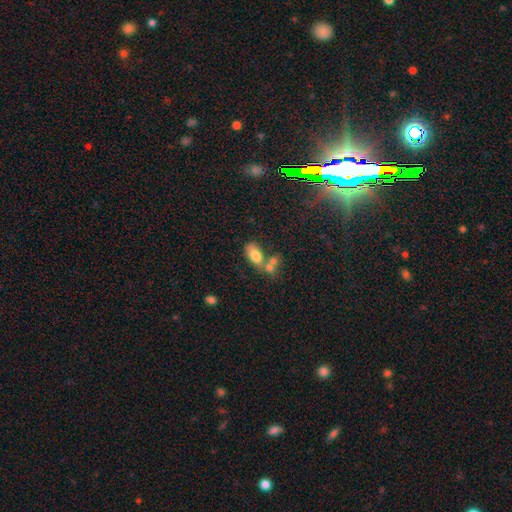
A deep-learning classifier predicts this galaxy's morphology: A smooth galaxy with no disk features (75%) that is in between round and cigar-shaped (88%).

Vote fractions:
- Smooth or featured? smooth: 75% / featured or disk: 17% / star or artifact: 9%
- How rounded? in between: 88% / round: 8% / cigar-shaped: 5%
- Merging? merger: 50% / none: 31% / minor disturbance: 12% / major disturbance: 7%